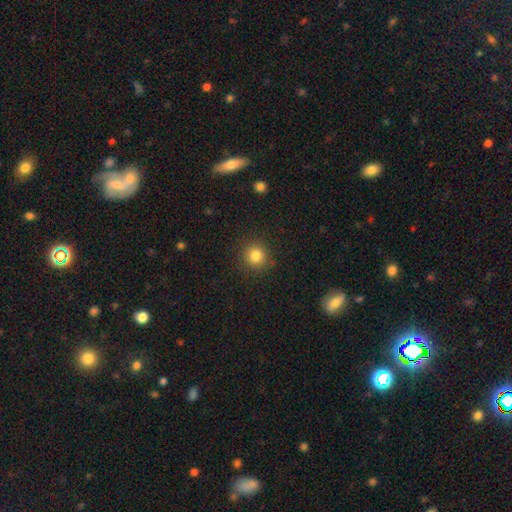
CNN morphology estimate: This is clearly a smooth galaxy (82%). How rounded: clearly round (92%). Merging: clearly none (89%).